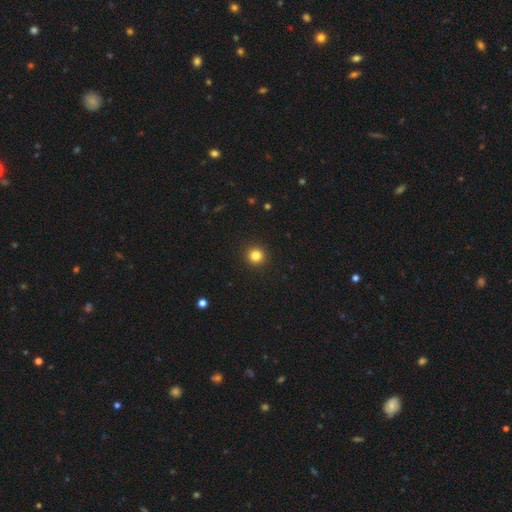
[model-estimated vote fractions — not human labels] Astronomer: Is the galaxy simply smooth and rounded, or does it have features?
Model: smooth — 83%.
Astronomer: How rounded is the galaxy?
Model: round — 95%.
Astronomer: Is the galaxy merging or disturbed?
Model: none — 93%.